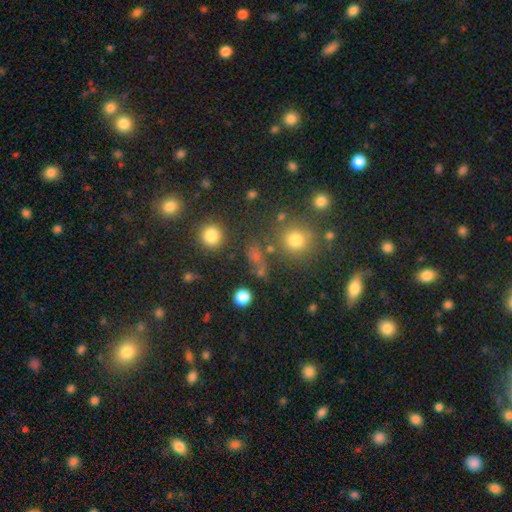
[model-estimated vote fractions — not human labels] Smooth or featured? smooth (66%)
How rounded? round (82%)
Merging? none (74%)